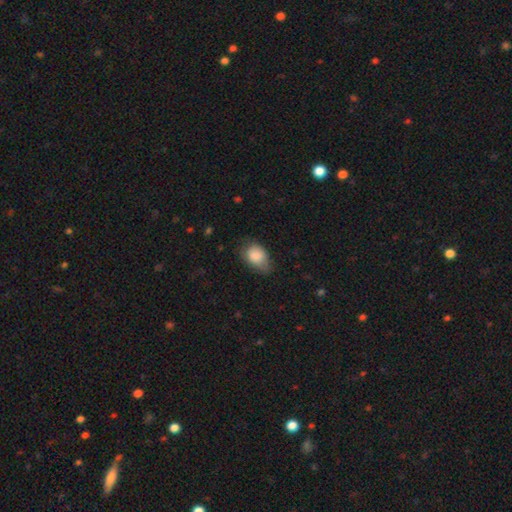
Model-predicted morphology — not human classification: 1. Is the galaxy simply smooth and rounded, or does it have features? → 85% smooth, 8% featured or disk, 7% star or artifact.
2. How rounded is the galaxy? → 84% in between, 15% round, 1% cigar-shaped.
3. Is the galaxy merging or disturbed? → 55% none, 35% minor disturbance, 9% major disturbance, 1% merger.